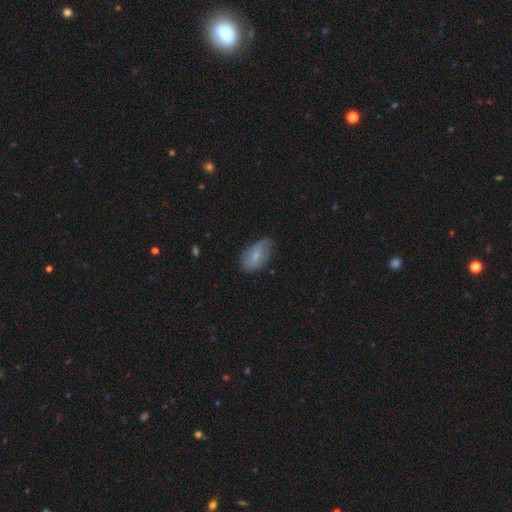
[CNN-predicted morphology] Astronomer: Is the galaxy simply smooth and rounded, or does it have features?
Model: smooth — 66%.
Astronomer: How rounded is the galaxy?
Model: in between — 92%.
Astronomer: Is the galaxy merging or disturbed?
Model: none — 56% (runner-up: minor disturbance, 34%).